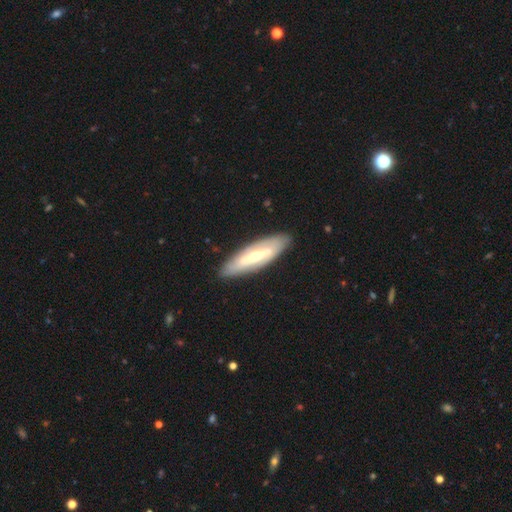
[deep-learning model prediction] Smooth or featured? Predicted: featured or disk (p=0.65). Edge-on disk? Predicted: no (p=0.68). Merging? Predicted: none (p=0.86).